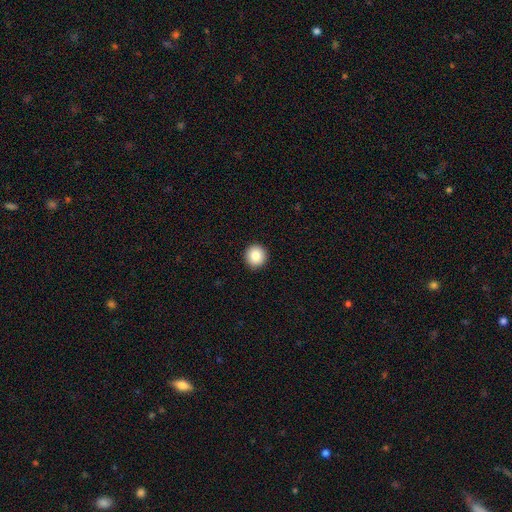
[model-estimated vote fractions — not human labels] Smooth or featured?
  - smooth: 86% *
  - star or artifact: 9%
  - featured or disk: 5%
How rounded?
  - round: 94% *
  - in between: 5%
  - cigar-shaped: 1%
Merging?
  - none: 93% *
  - minor disturbance: 5%
  - major disturbance: 2%
  - merger: 1%